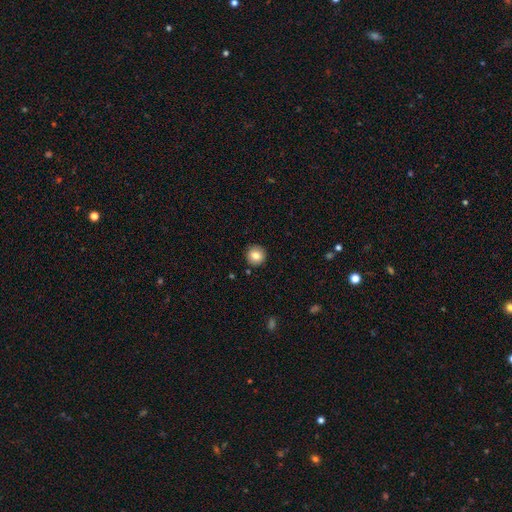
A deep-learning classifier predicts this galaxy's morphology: A smooth galaxy with no disk features (82%) that is round (95%). Merging: none (92%).